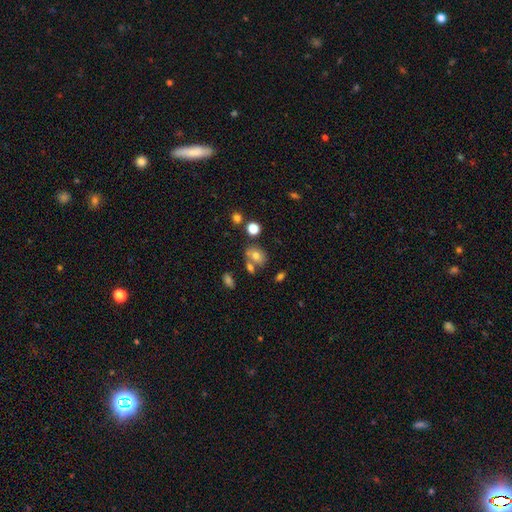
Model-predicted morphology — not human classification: A smooth galaxy with no disk features (69%) that is round (50%). Merging: none (56%).